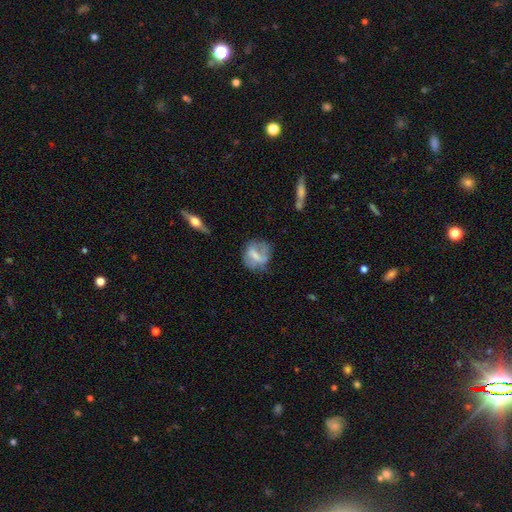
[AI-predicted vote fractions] smooth-or-featured: smooth: 48% | featured or disk: 43% | star or artifact: 9%
  merging: none: 52% | minor disturbance: 27% | major disturbance: 18% | merger: 4%